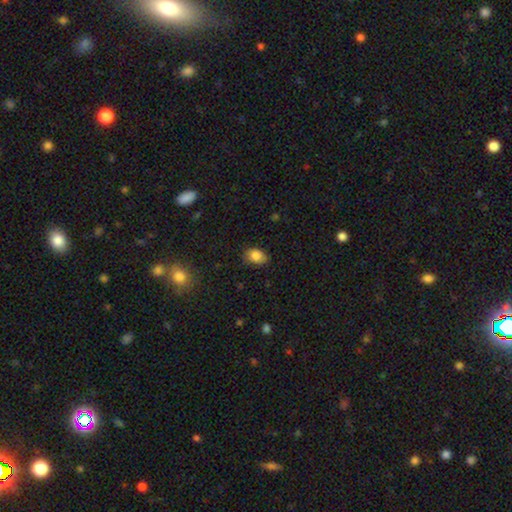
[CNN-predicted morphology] A smooth galaxy with no disk features (85%) that is in between round and cigar-shaped (72%).

Vote fractions:
- Smooth or featured? smooth: 85% / star or artifact: 9% / featured or disk: 6%
- How rounded? in between: 72% / round: 27% / cigar-shaped: 1%
- Merging? none: 77% / minor disturbance: 19% / major disturbance: 3% / merger: 1%